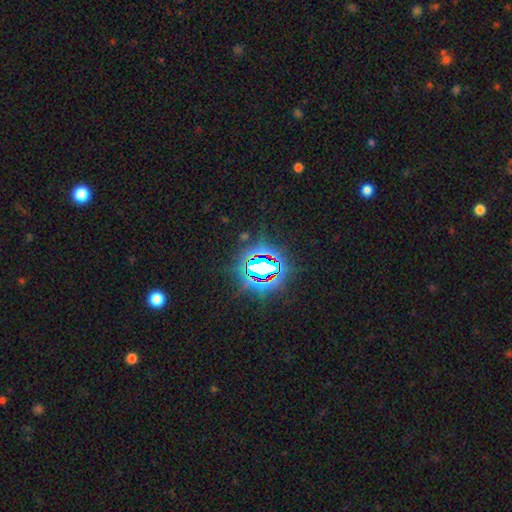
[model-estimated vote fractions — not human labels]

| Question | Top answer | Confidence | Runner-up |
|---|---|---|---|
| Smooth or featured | star or artifact | 84% | smooth (10%) |